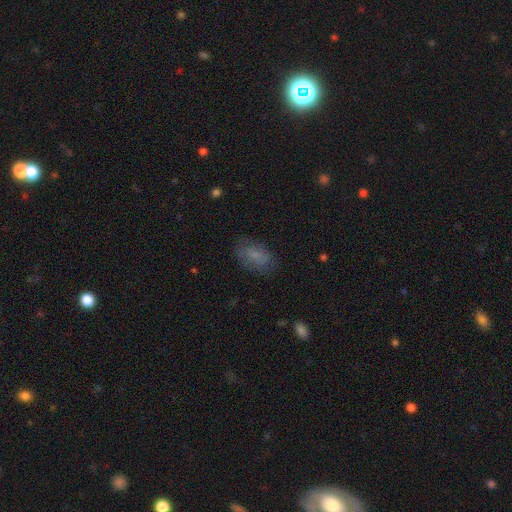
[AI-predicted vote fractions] smooth 68%, featured or disk 21%, star or artifact 10%. Down the decision tree: how rounded — in between (90%); merging — none (73%).